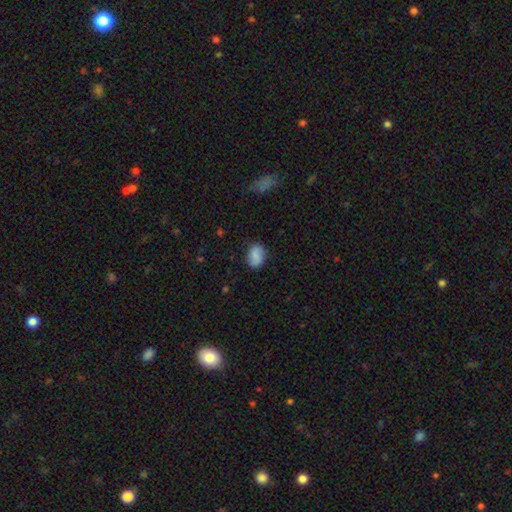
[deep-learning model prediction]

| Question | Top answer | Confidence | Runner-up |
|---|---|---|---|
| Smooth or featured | smooth | 78% | featured or disk (13%) |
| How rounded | in between | 75% | round (23%) |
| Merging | none | 79% | minor disturbance (16%) |